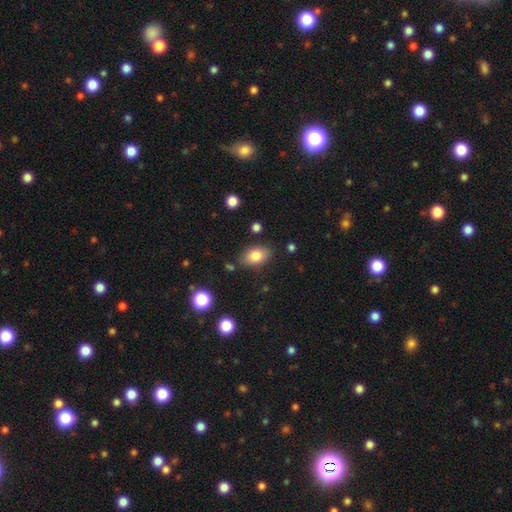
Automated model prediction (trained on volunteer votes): Smooth or featured? Predicted: smooth (p=0.80). How rounded? Predicted: in between (p=0.86). Merging? Predicted: none (p=0.81).